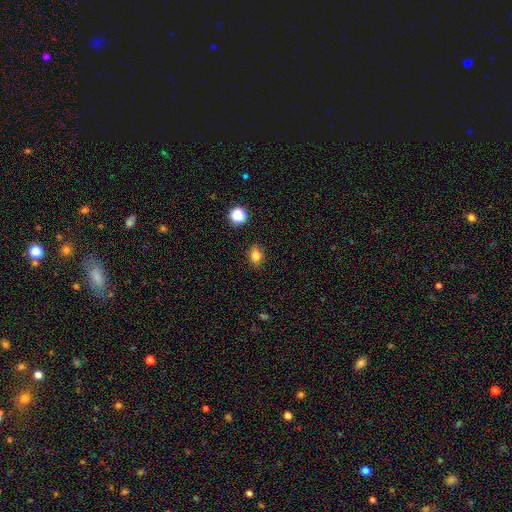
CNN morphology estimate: Smooth or featured? smooth (80%)
How rounded? in between (68%)
Merging? none (86%)